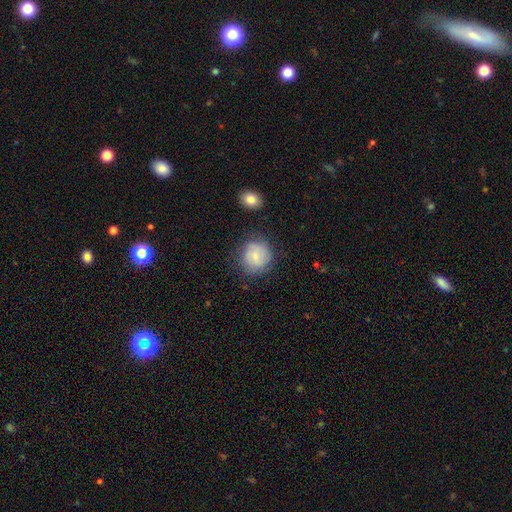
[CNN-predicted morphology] Q: Smooth or featured?
A: smooth (71%); runner-up: featured or disk (21%)
Q: How rounded?
A: round (88%); runner-up: in between (11%)
Q: Merging?
A: none (73%); runner-up: minor disturbance (18%)